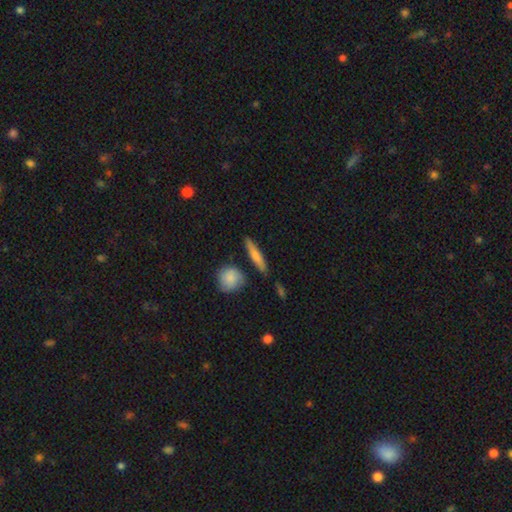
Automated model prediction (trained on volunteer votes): Smooth or featured? Predicted: smooth (p=0.66). How rounded? Predicted: cigar-shaped (p=0.82). Merging? Predicted: none (p=0.80).